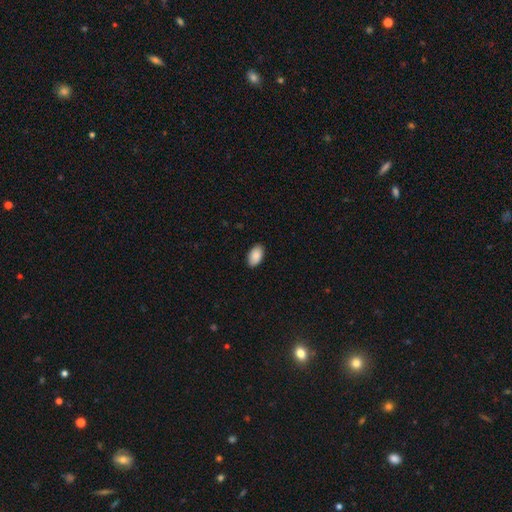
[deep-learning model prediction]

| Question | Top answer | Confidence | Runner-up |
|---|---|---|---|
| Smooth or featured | smooth | 90% | star or artifact (6%) |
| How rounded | in between | 95% | round (4%) |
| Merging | none | 89% | minor disturbance (8%) |